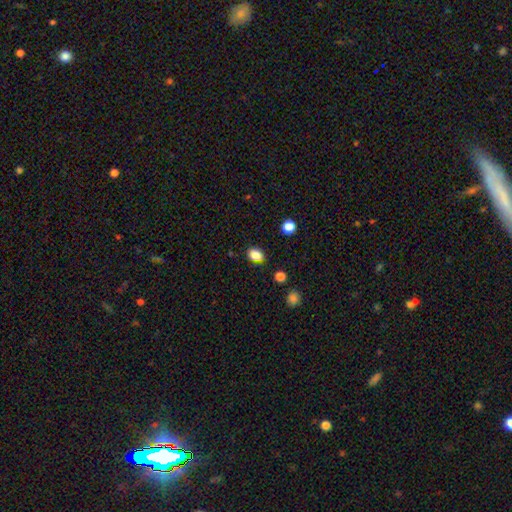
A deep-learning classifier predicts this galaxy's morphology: Overall: smooth (84%). How rounded: in between (69%; round 30%). Merging: none (79%).